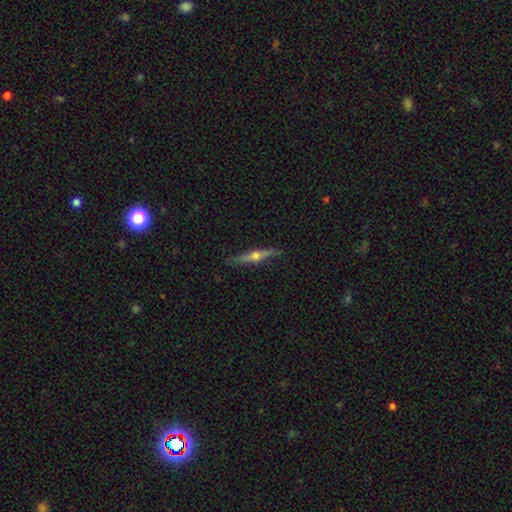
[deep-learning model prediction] This appears to be a featured or disk galaxy (71%) viewed edge-on (97%) with a rounded central bulge (93%). Merging: none (86%).